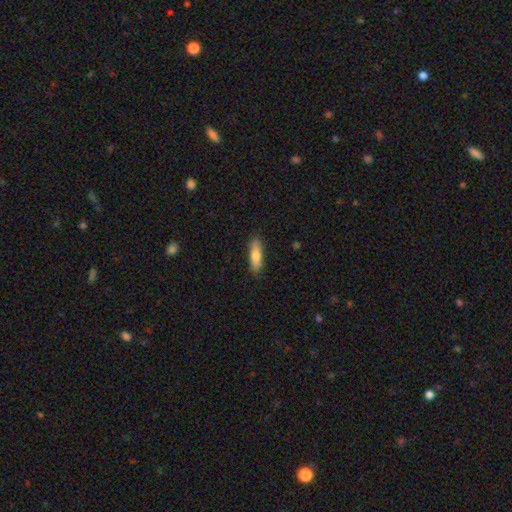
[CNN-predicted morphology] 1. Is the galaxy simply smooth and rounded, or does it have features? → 74% smooth, 20% featured or disk, 6% star or artifact.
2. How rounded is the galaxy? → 59% cigar-shaped, 39% in between, 2% round.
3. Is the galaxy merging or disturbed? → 84% none, 12% minor disturbance, 2% major disturbance, 1% merger.